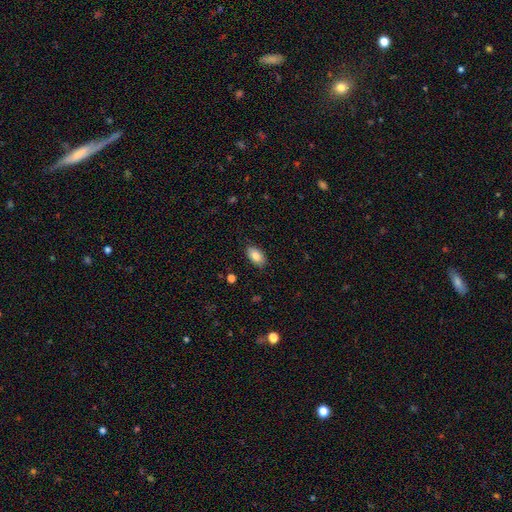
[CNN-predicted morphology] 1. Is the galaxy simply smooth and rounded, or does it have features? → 81% smooth, 11% featured or disk, 7% star or artifact.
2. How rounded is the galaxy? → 93% in between, 5% round, 2% cigar-shaped.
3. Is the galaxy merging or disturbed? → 86% none, 11% minor disturbance, 2% major disturbance, 1% merger.